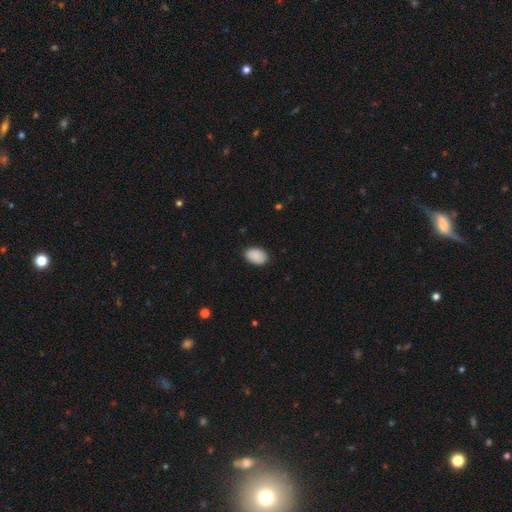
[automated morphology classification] type=smooth (91%); roundness=in between (88%); merging=none (88%).